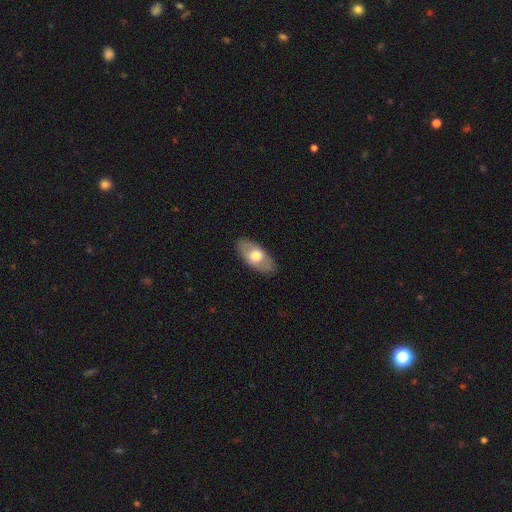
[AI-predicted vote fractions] Smooth or featured?
  - smooth: 61% *
  - featured or disk: 33%
  - star or artifact: 6%
How rounded?
  - in between: 91% *
  - cigar-shaped: 5%
  - round: 4%
Merging?
  - none: 86% *
  - minor disturbance: 11%
  - major disturbance: 3%
  - merger: 1%